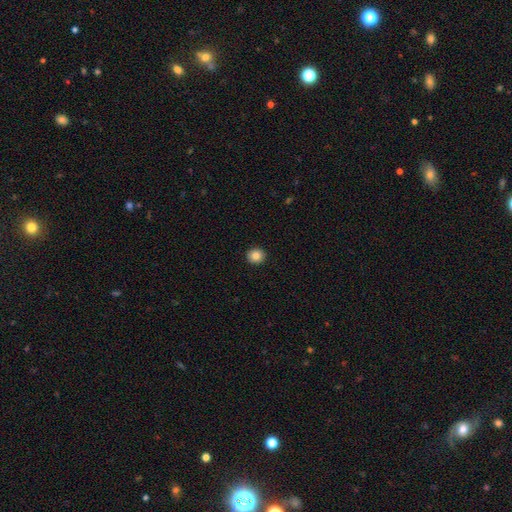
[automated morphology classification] Smooth or featured? smooth (86%)
How rounded? round (89%)
Merging? none (93%)